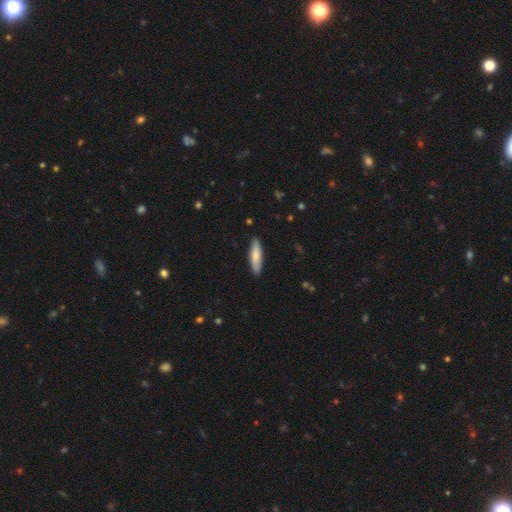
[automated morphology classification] smooth_or_featured: smooth (p=0.77) [alt: featured or disk p=0.18]
how_rounded: cigar-shaped (p=0.70) [alt: in between p=0.28]
merging: none (p=0.89) [alt: minor disturbance p=0.08]